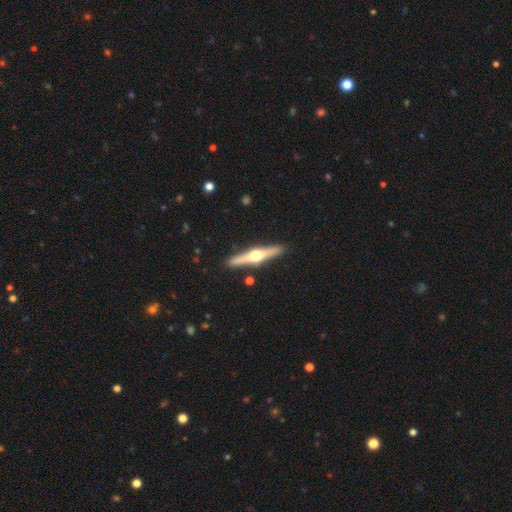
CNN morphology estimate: Smooth or featured? featured or disk (73%)
Edge-on disk? yes (98%)
Edge-on bulge? rounded (96%)
Merging? none (90%)